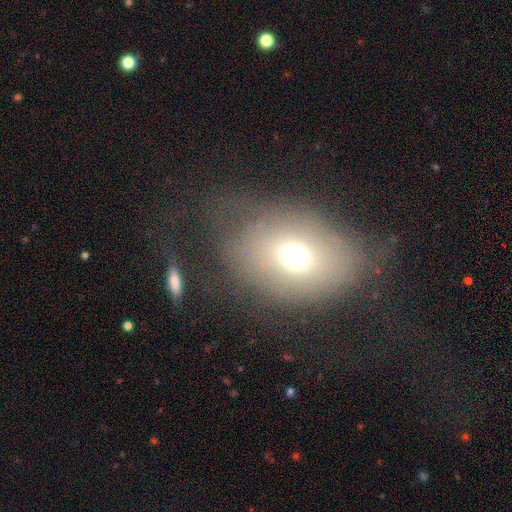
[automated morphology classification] smooth 62%, featured or disk 25%, star or artifact 13%. Down the decision tree: how rounded — in between (67%); merging — none (47%).